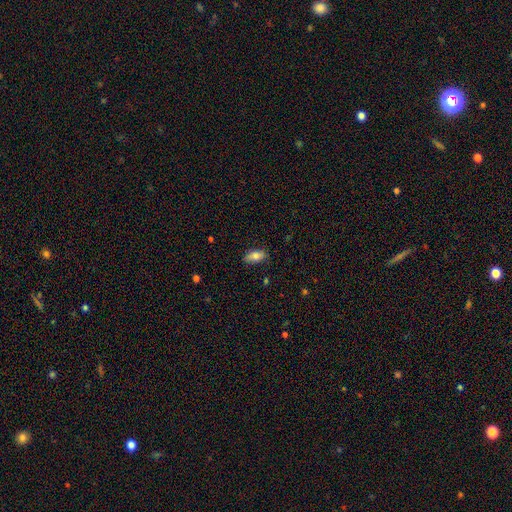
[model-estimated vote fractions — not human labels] This is likely a smooth galaxy (77%). How rounded: clearly in between (85%). Merging: clearly none (82%).